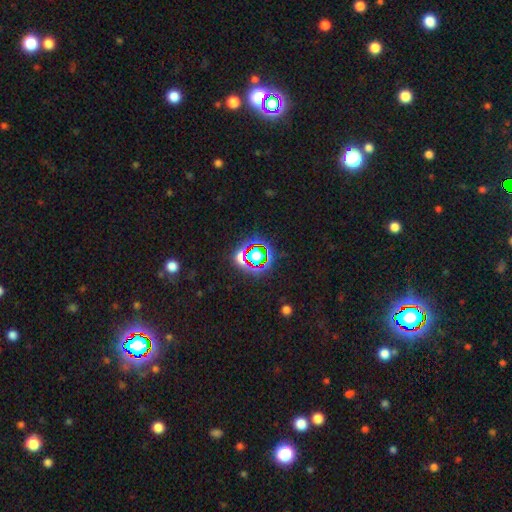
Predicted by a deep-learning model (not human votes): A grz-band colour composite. It shows a star or artifact, not a galaxy (69%).